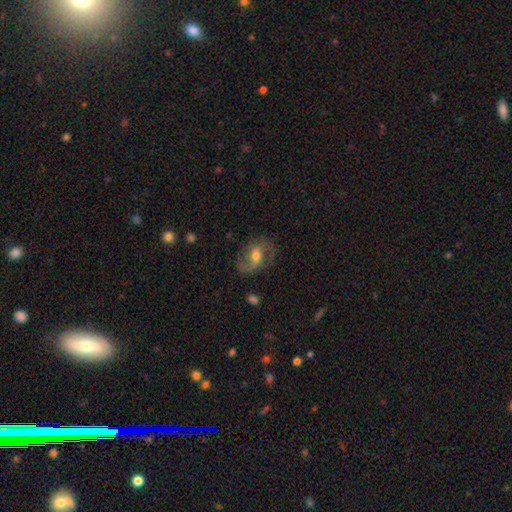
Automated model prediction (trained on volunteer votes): This is likely a featured or disk galaxy (75%). It is clearly not viewed edge-on (96%). Bar: possibly weak (45%). Spiral arm pattern: clearly yes (91%). Spiral arm count: clearly 2 (86%). Spiral winding: possibly medium (46%). Central bulge: likely moderate (65%). Merging: likely none (76%).